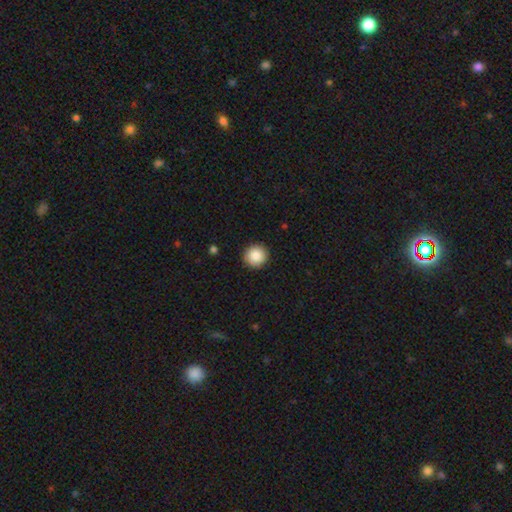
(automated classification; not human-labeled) A smooth galaxy with no disk features (88%) that is round (94%).

Vote fractions:
- Smooth or featured? smooth: 88% / star or artifact: 8% / featured or disk: 4%
- How rounded? round: 94% / in between: 5% / cigar-shaped: 1%
- Merging? none: 91% / minor disturbance: 6% / major disturbance: 2% / merger: 1%